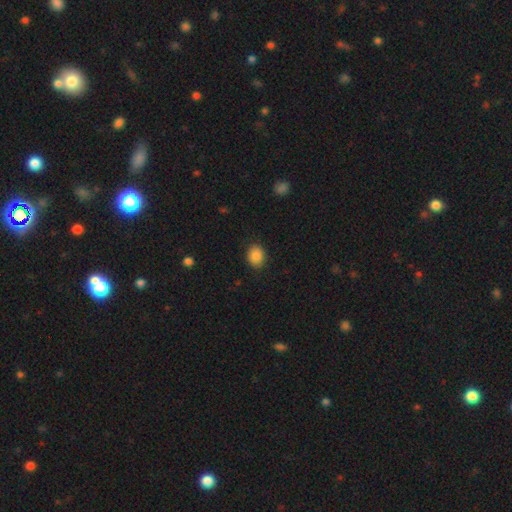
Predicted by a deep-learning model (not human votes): smooth_or_featured: smooth (p=0.88) [alt: star or artifact p=0.09]
how_rounded: round (p=0.55) [alt: in between p=0.44]
merging: none (p=0.88) [alt: minor disturbance p=0.09]